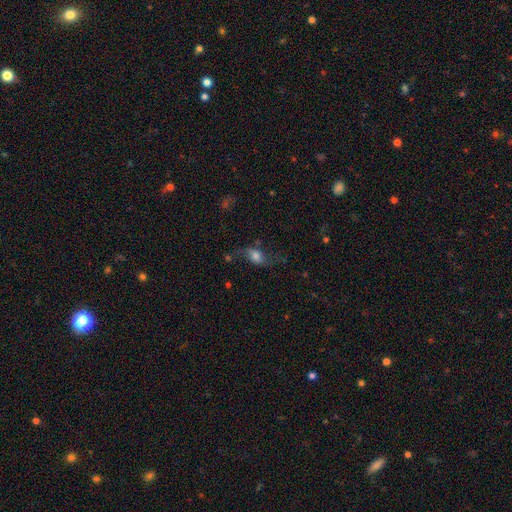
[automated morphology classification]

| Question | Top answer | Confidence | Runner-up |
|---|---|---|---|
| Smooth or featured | featured or disk | 45% | smooth (44%) |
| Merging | none | 54% | minor disturbance (22%) |